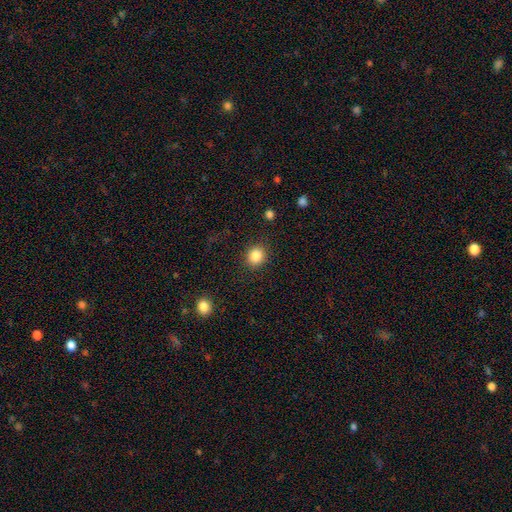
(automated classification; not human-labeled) smooth-or-featured: smooth: 85% | star or artifact: 10% | featured or disk: 5%
  how-rounded: round: 78% | in between: 21% | cigar-shaped: 1%
  merging: none: 88% | minor disturbance: 8% | major disturbance: 3% | merger: 1%